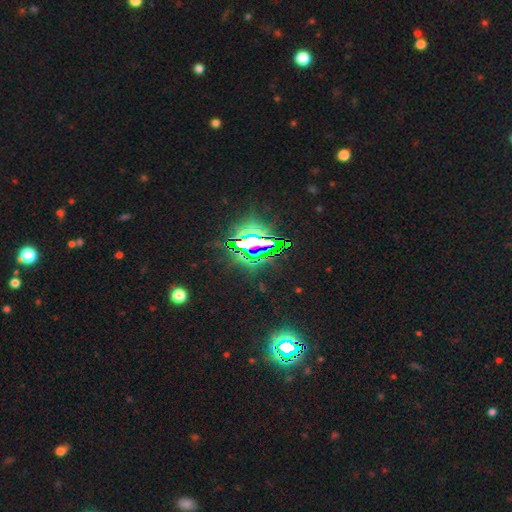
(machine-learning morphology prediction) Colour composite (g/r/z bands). It shows a star or artifact, not a galaxy (83%).